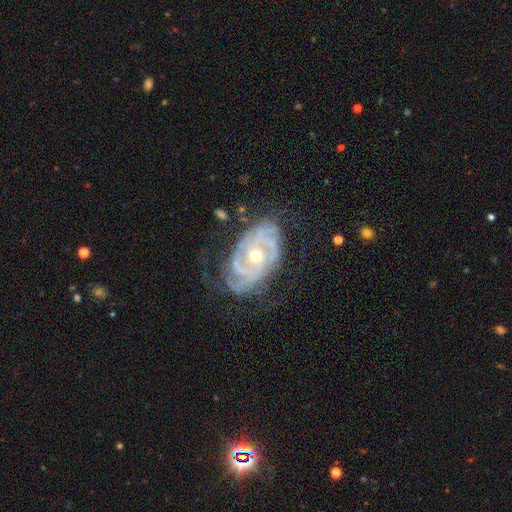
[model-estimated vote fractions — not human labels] Overall: featured or disk (90%). Edge-on disk: no (96%). Bar: no (71%). Spiral arms: yes (96%). Spiral arm count: 2 (26%; can't tell 25%). Spiral winding: tight (65%; medium 28%). Bulge size: moderate (62%; small 35%). Merging: none (63%).